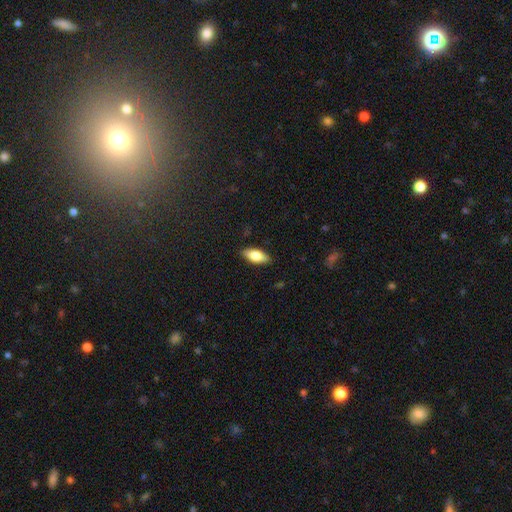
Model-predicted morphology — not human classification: smooth_or_featured: smooth (p=0.74) [alt: featured or disk p=0.20]
how_rounded: in between (p=0.82) [alt: cigar-shaped p=0.15]
merging: none (p=0.88) [alt: minor disturbance p=0.09]